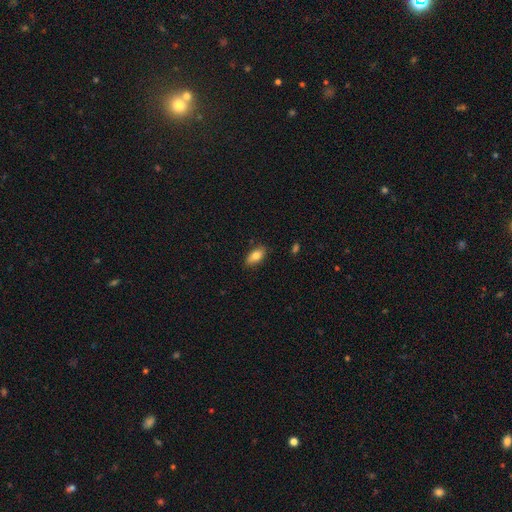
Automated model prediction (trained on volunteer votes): This is clearly a smooth galaxy (80%). How rounded: clearly in between (88%). Merging: clearly none (82%).